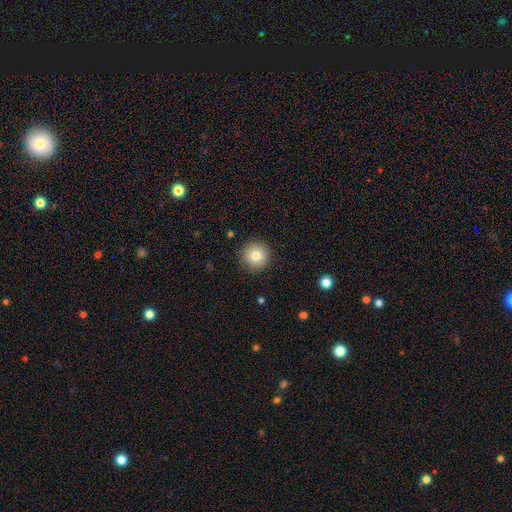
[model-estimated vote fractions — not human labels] smooth-or-featured: smooth: 82% | star or artifact: 10% | featured or disk: 8%
  how-rounded: round: 96% | in between: 3% | cigar-shaped: 1%
  merging: none: 91% | minor disturbance: 6% | major disturbance: 2% | merger: 1%